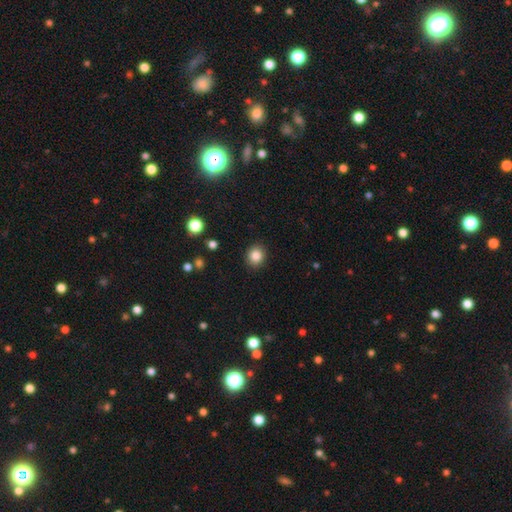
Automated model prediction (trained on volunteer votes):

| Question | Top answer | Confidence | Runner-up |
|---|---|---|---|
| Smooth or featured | smooth | 85% | star or artifact (10%) |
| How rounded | round | 79% | in between (20%) |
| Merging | none | 91% | minor disturbance (6%) |